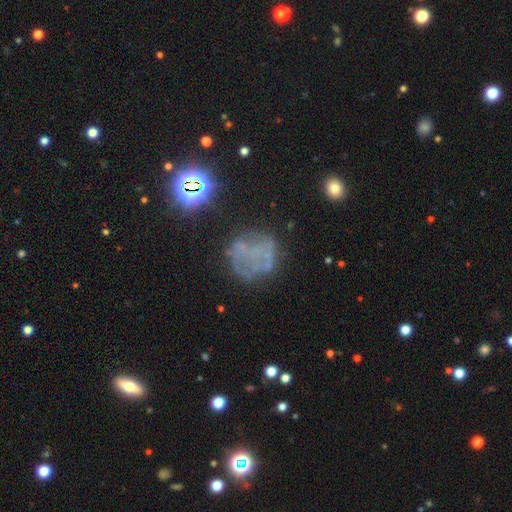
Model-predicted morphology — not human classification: This is possibly a featured or disk galaxy (46%). Merging: possibly none (58%).